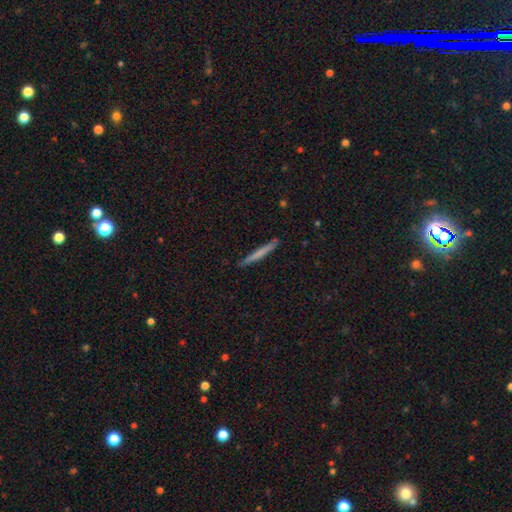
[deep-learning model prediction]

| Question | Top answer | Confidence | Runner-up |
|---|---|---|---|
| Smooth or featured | smooth | 61% | featured or disk (33%) |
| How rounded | cigar-shaped | 97% | in between (2%) |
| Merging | none | 91% | minor disturbance (6%) |